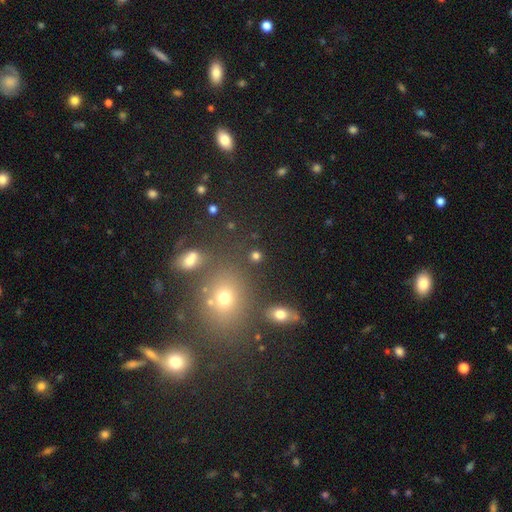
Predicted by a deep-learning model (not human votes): A smooth galaxy with no disk features (74%) that is round (80%).

Vote fractions:
- Smooth or featured? smooth: 74% / star or artifact: 19% / featured or disk: 7%
- How rounded? round: 80% / in between: 19% / cigar-shaped: 2%
- Merging? none: 79% / merger: 8% / minor disturbance: 8% / major disturbance: 4%